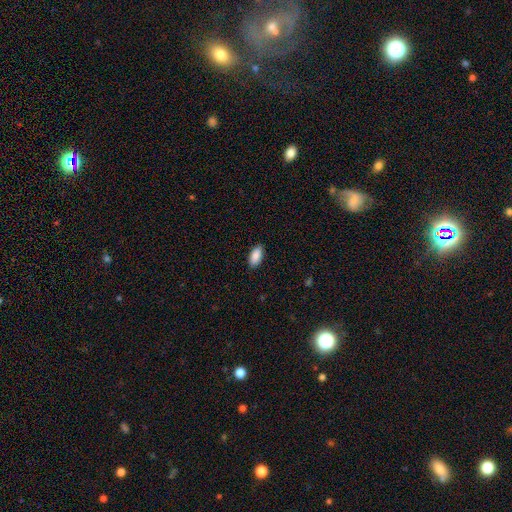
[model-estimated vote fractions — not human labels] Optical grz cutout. It shows a smooth galaxy with no disk features (89%) that is in between round and cigar-shaped (91%). Merging: none (88%).